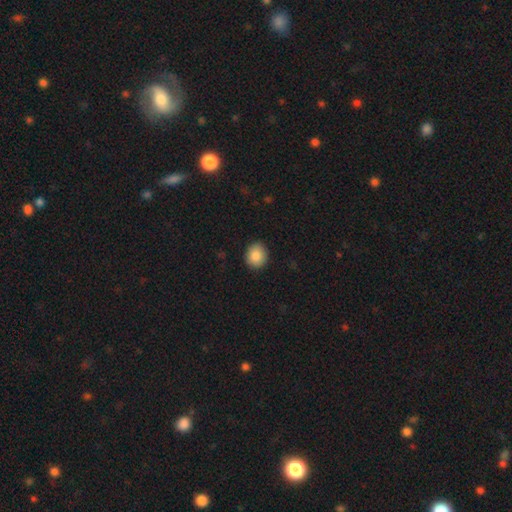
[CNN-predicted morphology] Smooth or featured: smooth — 86% (star or artifact — 8%)
How rounded: round — 75% (in between — 24%)
Merging: none — 90% (minor disturbance — 8%)